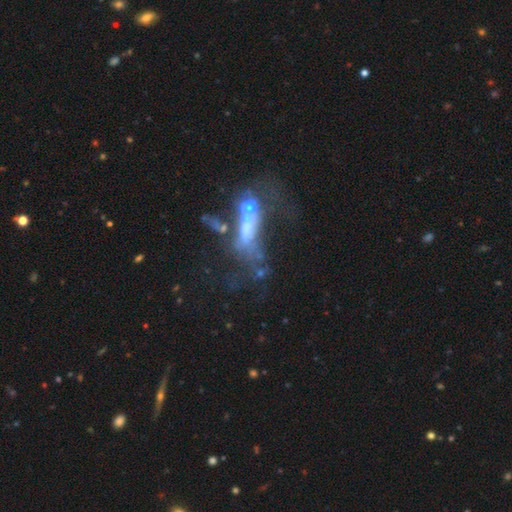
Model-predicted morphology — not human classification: The model was most divided on "merging" (2-way tie): merger: 34%, major disturbance: 34%, none: 21%, minor disturbance: 12%. More confident: edge-on disk — no (78%); smooth or featured — featured or disk (53%).